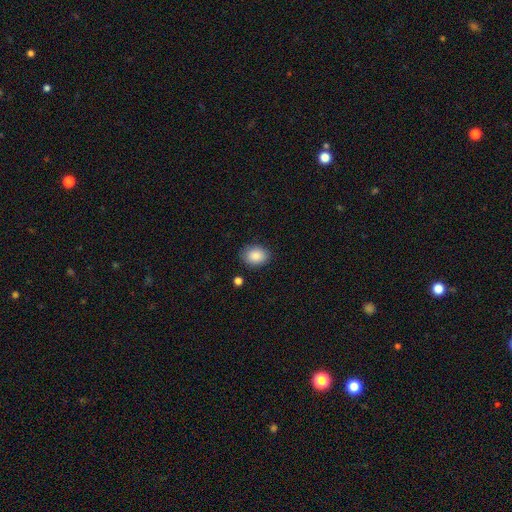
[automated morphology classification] Smooth or featured?
  - smooth: 87% *
  - star or artifact: 8%
  - featured or disk: 5%
How rounded?
  - in between: 63% *
  - round: 36%
  - cigar-shaped: 1%
Merging?
  - none: 83% *
  - minor disturbance: 12%
  - major disturbance: 3%
  - merger: 2%